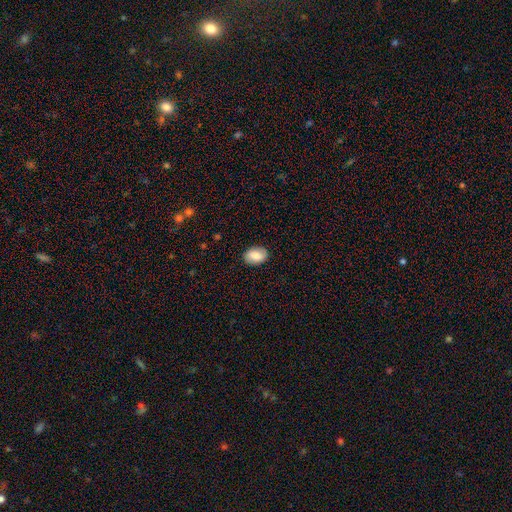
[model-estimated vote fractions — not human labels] This appears to be a smooth galaxy with no disk features (79%) that is in between round and cigar-shaped (83%). Merging: none (88%).